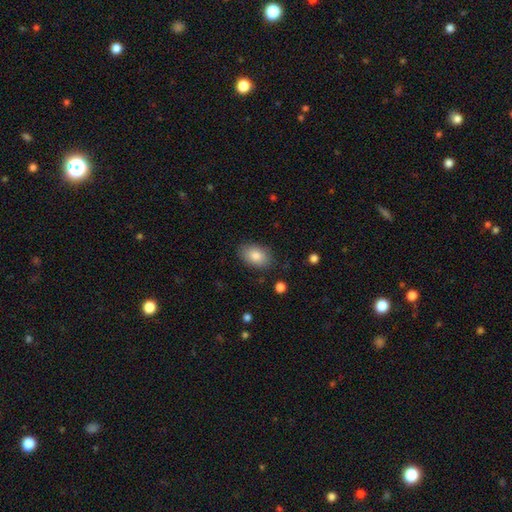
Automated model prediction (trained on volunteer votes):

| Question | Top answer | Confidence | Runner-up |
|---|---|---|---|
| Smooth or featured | smooth | 84% | featured or disk (9%) |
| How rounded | in between | 89% | round (10%) |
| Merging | none | 82% | minor disturbance (13%) |